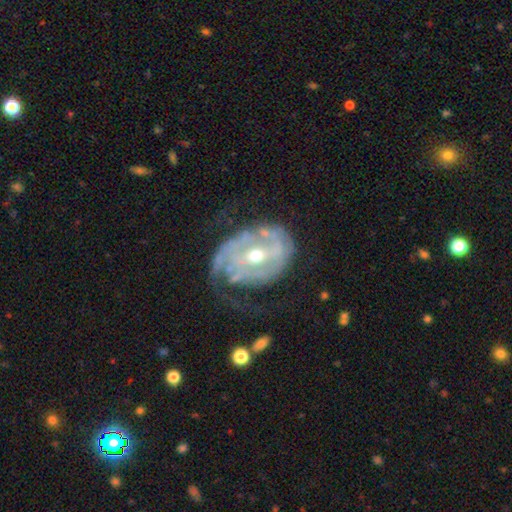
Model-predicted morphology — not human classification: type=featured or disk (84%); edge-on=no (96%); bar=weak (39%); spiral arms=yes (79%); winding=tight (44%); arm count=2 (46%); bulge=moderate (52%); merging=none (42%).